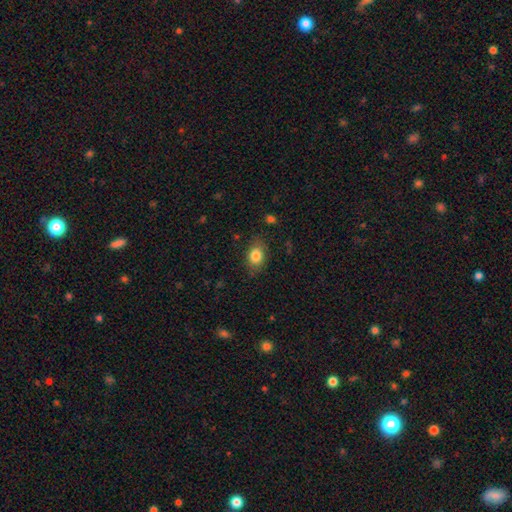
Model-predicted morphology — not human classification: Q: Smooth or featured?
A: smooth (83%); runner-up: star or artifact (9%)
Q: How rounded?
A: in between (75%); runner-up: round (24%)
Q: Merging?
A: none (80%); runner-up: minor disturbance (15%)